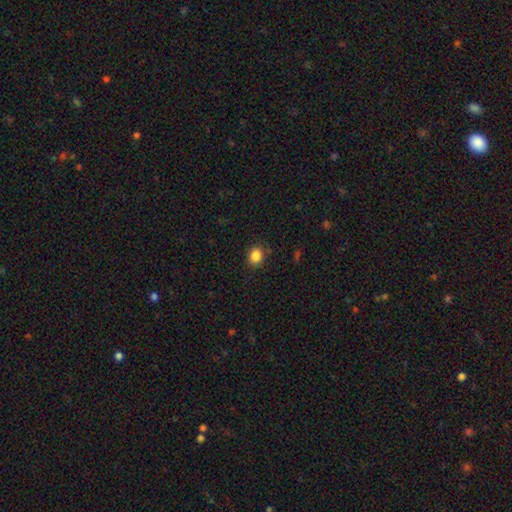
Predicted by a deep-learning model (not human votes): This is clearly a smooth galaxy (86%). How rounded: likely round (66%). Merging: clearly none (83%).